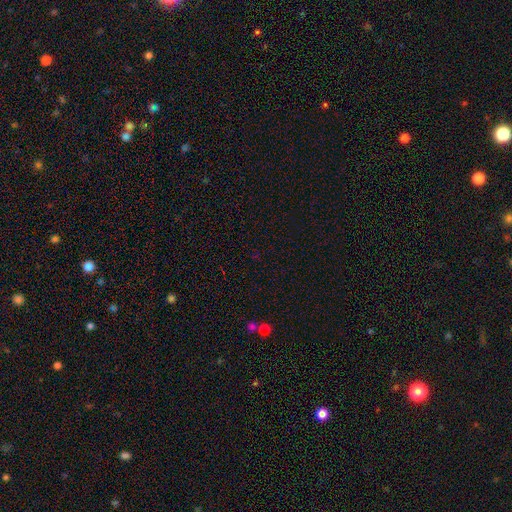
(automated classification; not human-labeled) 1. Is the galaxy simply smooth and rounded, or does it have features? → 66% star or artifact, 26% smooth, 8% featured or disk.